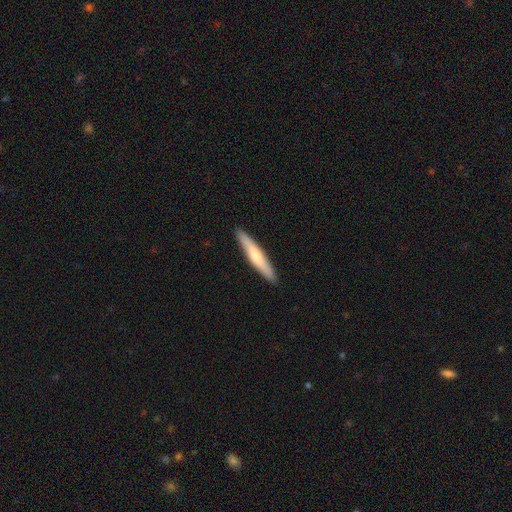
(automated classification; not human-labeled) Smooth or featured? smooth (60%)
How rounded? cigar-shaped (93%)
Merging? none (91%)